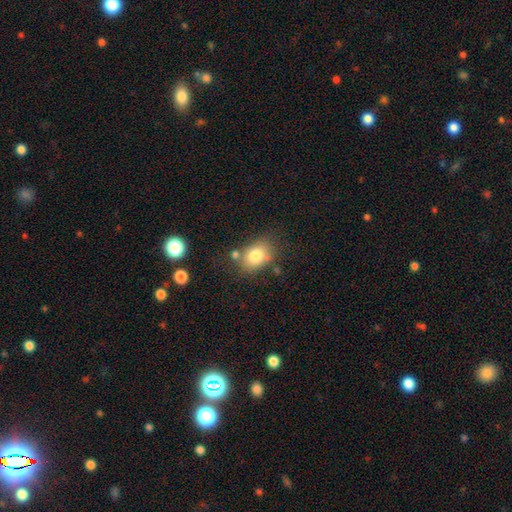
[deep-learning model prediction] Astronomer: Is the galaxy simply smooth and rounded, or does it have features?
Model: smooth — 79%.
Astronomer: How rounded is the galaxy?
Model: in between — 69%.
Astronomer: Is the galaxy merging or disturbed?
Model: none — 64%.